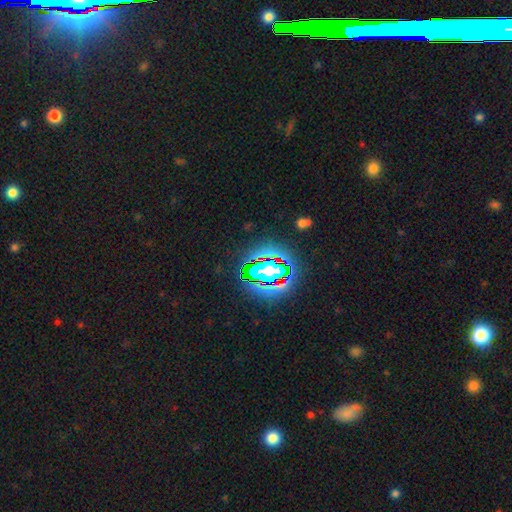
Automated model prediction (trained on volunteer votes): A star or artifact, not a galaxy (81%).

Vote fractions:
- Smooth or featured? star or artifact: 81% / smooth: 11% / featured or disk: 8%